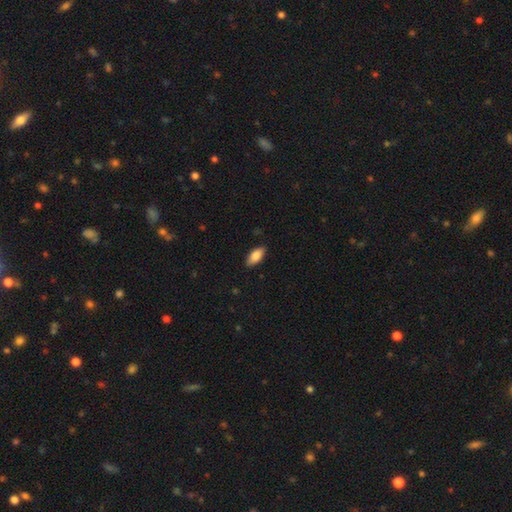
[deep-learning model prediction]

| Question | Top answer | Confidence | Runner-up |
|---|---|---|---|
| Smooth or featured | smooth | 83% | featured or disk (11%) |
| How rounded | in between | 88% | cigar-shaped (10%) |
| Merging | none | 87% | minor disturbance (10%) |